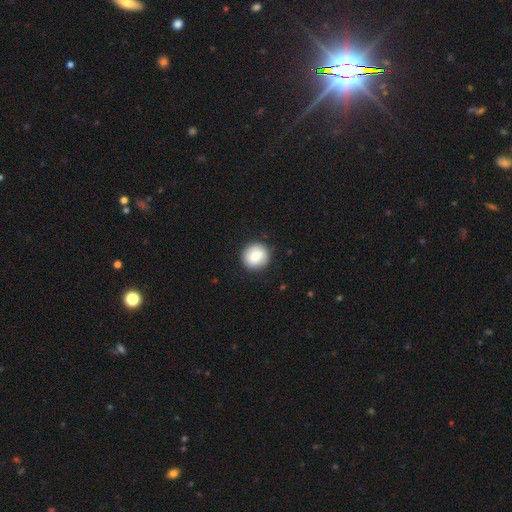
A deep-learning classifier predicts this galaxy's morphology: type=smooth (81%); roundness=round (91%); merging=none (89%).